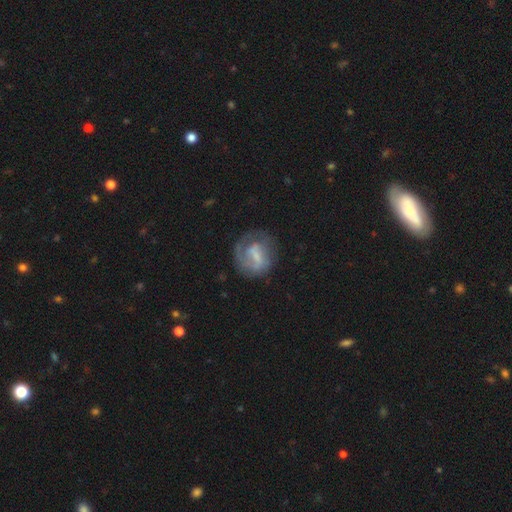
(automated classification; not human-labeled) Overall: featured or disk (63%; smooth 30%). Edge-on disk: no (97%). Bar: weak (48%; no 26%). Spiral arms: yes (78%). Bulge size: small (35%; none 34%). Merging: none (57%; major disturbance 21%).